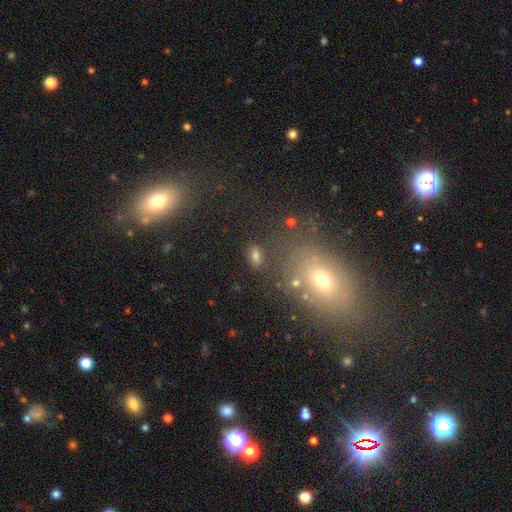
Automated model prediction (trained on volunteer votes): Smooth or featured: smooth — 65% (star or artifact — 22%)
How rounded: in between — 79% (round — 17%)
Merging: none — 74% (minor disturbance — 13%)